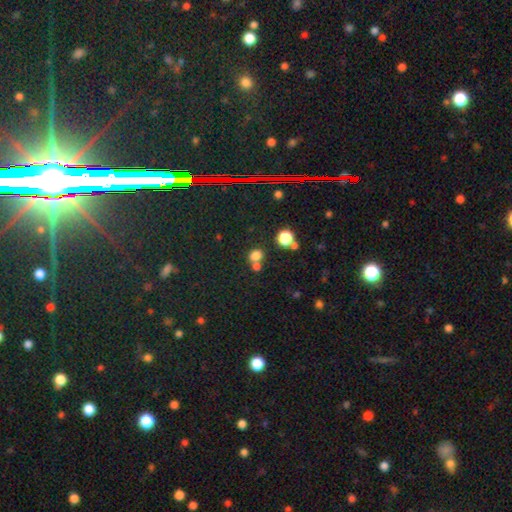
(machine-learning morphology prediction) Overall: smooth (73%). How rounded: round (70%). Merging: none (48%; merger 41%).